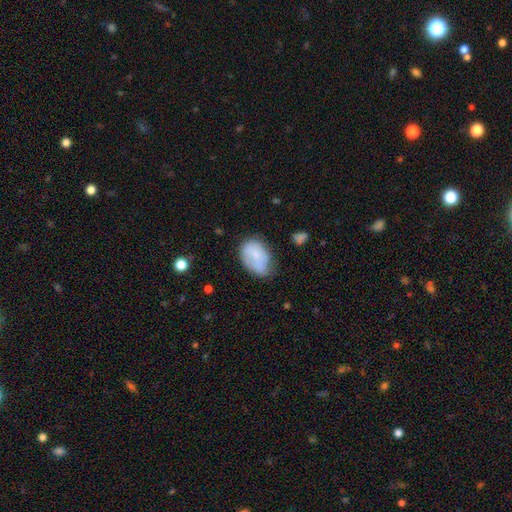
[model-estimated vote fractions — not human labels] This appears to be a smooth galaxy with no disk features (70%) that is in between round and cigar-shaped (83%). Merging: none (42%).